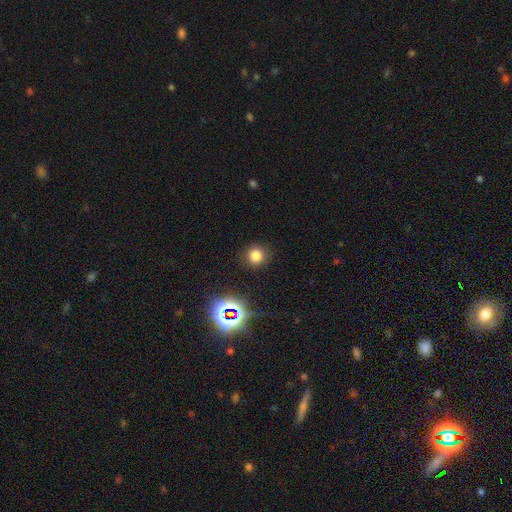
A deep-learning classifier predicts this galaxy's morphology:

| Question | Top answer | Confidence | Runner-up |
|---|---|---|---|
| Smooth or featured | smooth | 76% | star or artifact (19%) |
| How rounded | round | 89% | in between (10%) |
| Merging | none | 88% | minor disturbance (7%) |